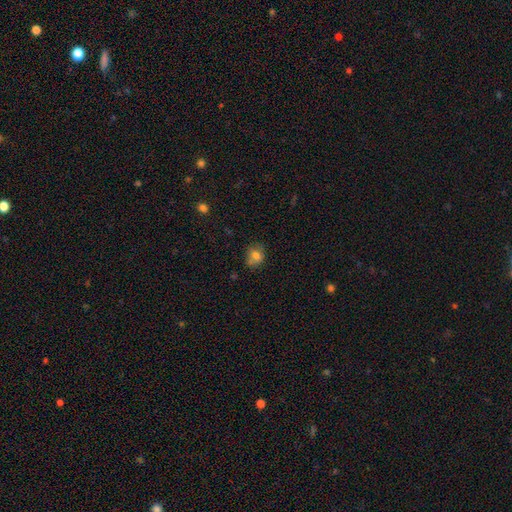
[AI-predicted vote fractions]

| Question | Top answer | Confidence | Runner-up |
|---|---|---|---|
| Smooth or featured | smooth | 77% | featured or disk (11%) |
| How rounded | round | 64% | in between (35%) |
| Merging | none | 68% | minor disturbance (21%) |